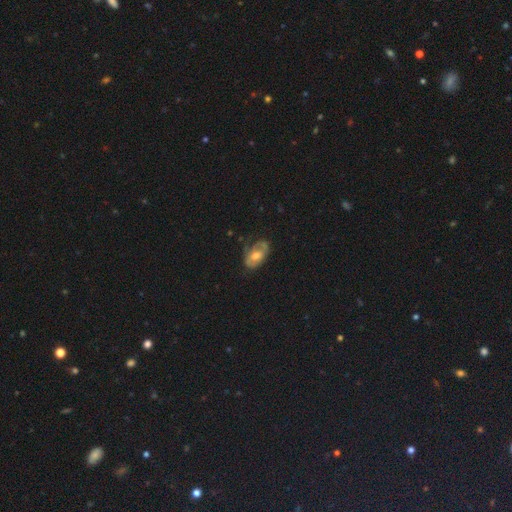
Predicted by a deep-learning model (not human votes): Smooth or featured?
  - featured or disk: 56% *
  - smooth: 37%
  - star or artifact: 7%
Edge-on disk?
  - no: 94% *
  - yes: 6%
Bar?
  - no: 69% *
  - weak: 26%
  - strong: 6%
Spiral arms?
  - yes: 58% *
  - no: 42%
Bulge size?
  - moderate: 62% *
  - small: 22%
  - large: 11%
  - none: 3%
  - dominant: 1%
Merging?
  - none: 51% *
  - minor disturbance: 30%
  - major disturbance: 17%
  - merger: 2%